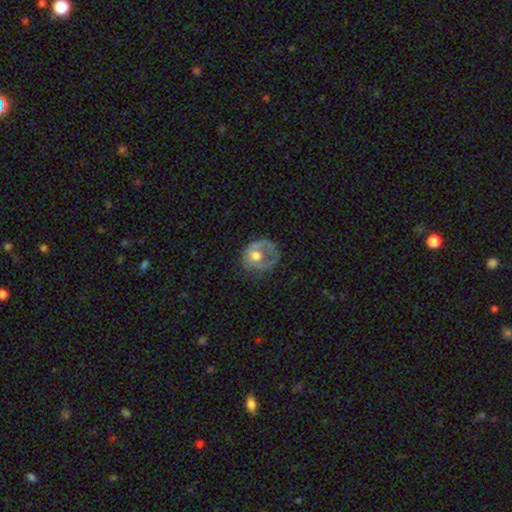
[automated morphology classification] The model was most divided on "merging": none: 38%, major disturbance: 33%, minor disturbance: 27%, merger: 2%. Remaining: smooth or featured — smooth (49%).